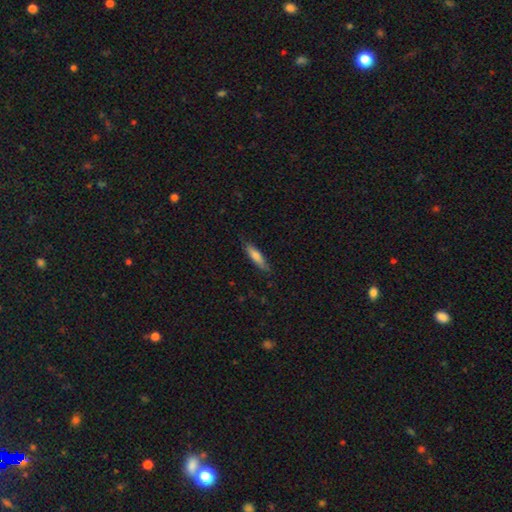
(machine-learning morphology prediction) smooth-or-featured: smooth: 71% | featured or disk: 23% | star or artifact: 6%
  how-rounded: cigar-shaped: 75% | in between: 24% | round: 2%
  merging: none: 81% | minor disturbance: 15% | major disturbance: 3% | merger: 1%